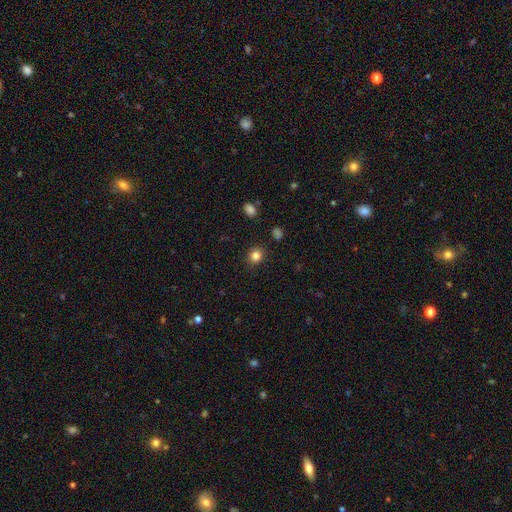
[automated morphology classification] A smooth galaxy with no disk features (83%) that is round (75%). Merging: none (89%).